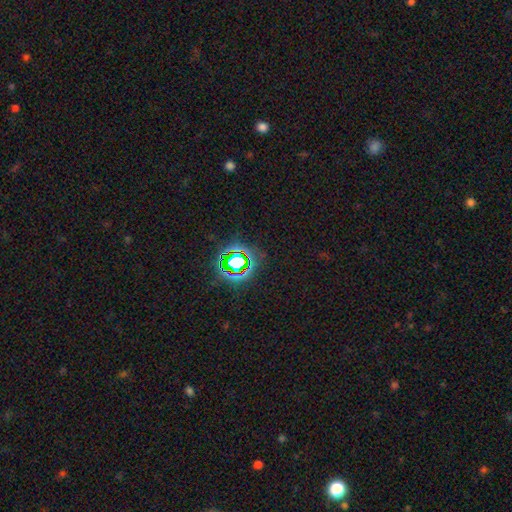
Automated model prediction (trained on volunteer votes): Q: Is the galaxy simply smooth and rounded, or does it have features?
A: star or artifact — 77%.